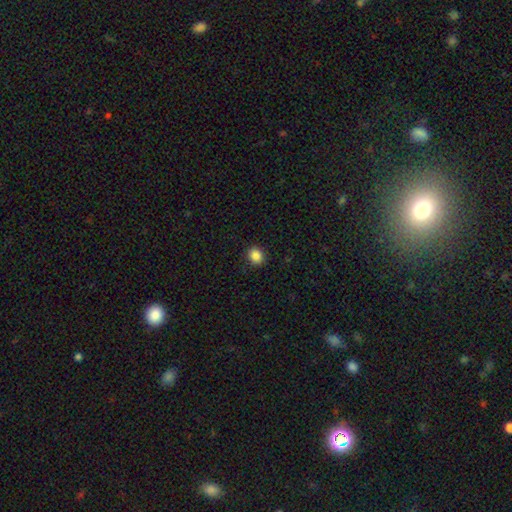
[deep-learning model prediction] This appears to be a smooth galaxy with no disk features (87%) that is round (66%). Merging: none (90%).